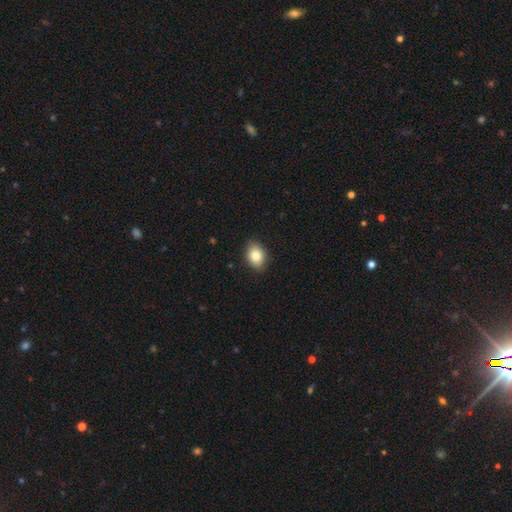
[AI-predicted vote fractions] Smooth or featured: smooth — 83% (featured or disk — 9%)
How rounded: in between — 77% (round — 22%)
Merging: none — 85% (minor disturbance — 12%)